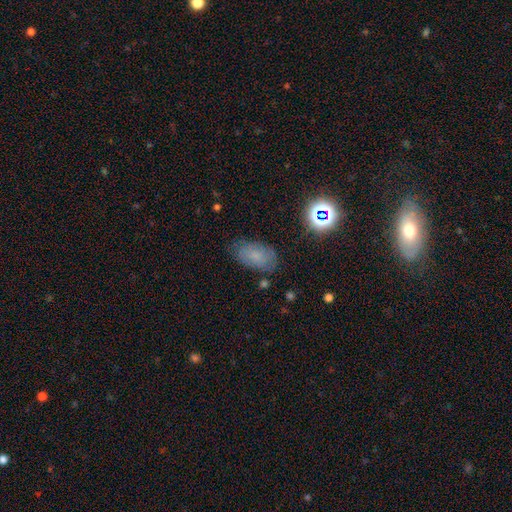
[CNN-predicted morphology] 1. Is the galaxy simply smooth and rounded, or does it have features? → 68% smooth, 17% featured or disk, 15% star or artifact.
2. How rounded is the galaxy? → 91% in between, 7% round, 2% cigar-shaped.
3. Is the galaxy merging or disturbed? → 76% none, 17% minor disturbance, 5% major disturbance, 2% merger.